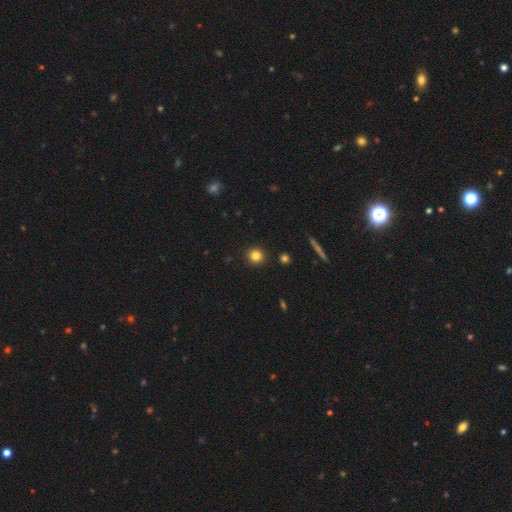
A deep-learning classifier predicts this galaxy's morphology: The model was most divided on "smooth or featured": smooth: 82%, star or artifact: 12%, featured or disk: 6%. More confident: how rounded — round (93%); merging — none (92%).